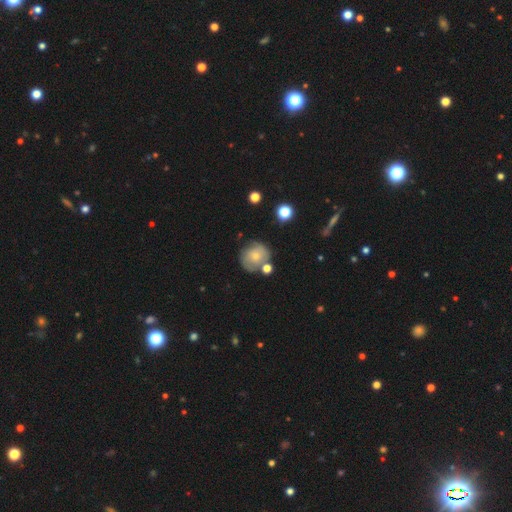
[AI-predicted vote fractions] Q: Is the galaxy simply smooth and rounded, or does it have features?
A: smooth — 50%.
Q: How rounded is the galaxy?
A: round — 86%.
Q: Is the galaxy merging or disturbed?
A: none — 61%.